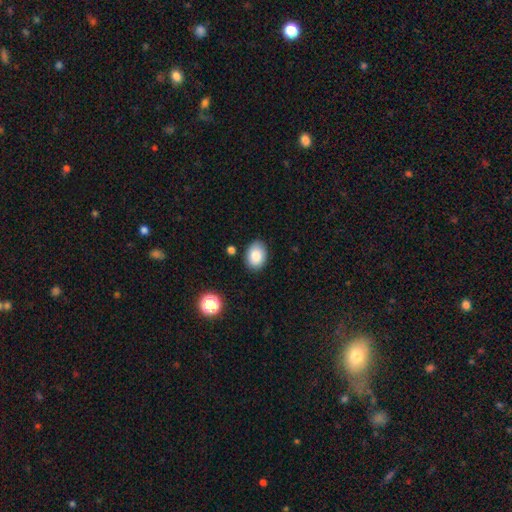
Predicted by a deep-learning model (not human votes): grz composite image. It shows a smooth galaxy with no disk features (84%) that is in between round and cigar-shaped (76%). Merging: none (83%).